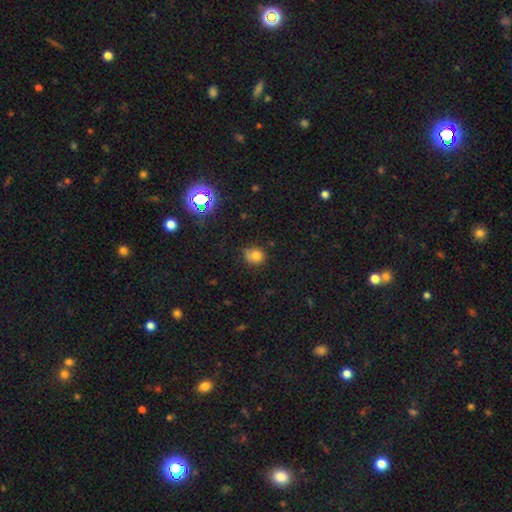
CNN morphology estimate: Overall: smooth (75%). How rounded: round (81%). Merging: none (61%; minor disturbance 26%).